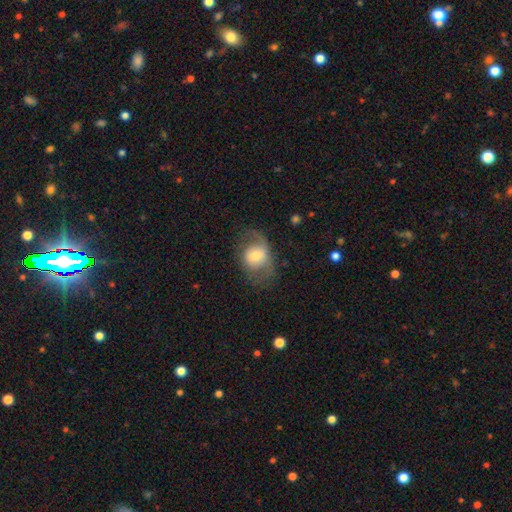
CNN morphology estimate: smooth_or_featured: smooth (p=0.47) [alt: featured or disk p=0.45]
merging: none (p=0.52) [alt: minor disturbance p=0.23]